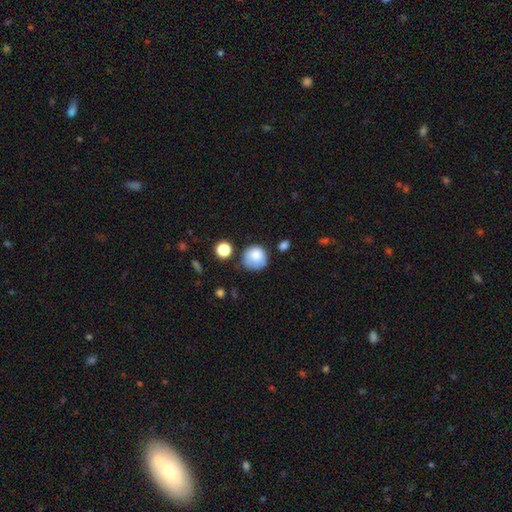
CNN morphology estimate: Q: Smooth or featured?
A: smooth (80%); runner-up: featured or disk (11%)
Q: How rounded?
A: round (88%); runner-up: in between (11%)
Q: Merging?
A: none (61%); runner-up: minor disturbance (25%)